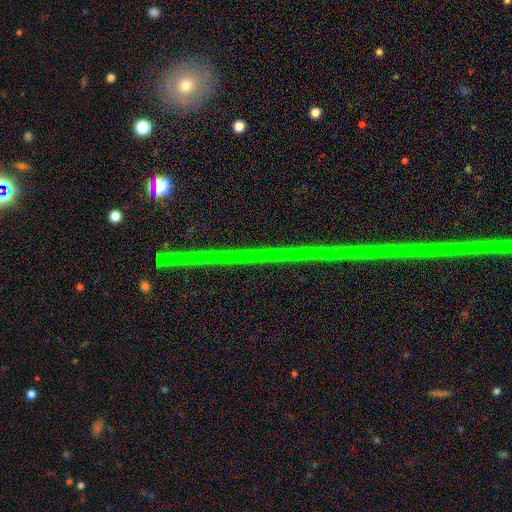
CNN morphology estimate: Smooth or featured? Predicted: star or artifact (p=0.84).